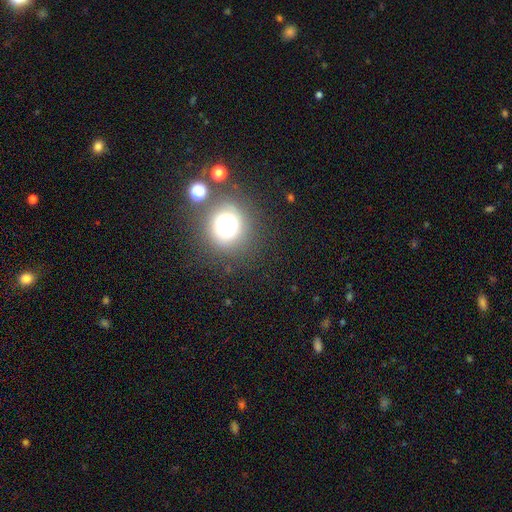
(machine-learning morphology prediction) Q: Smooth or featured?
A: smooth (58%); runner-up: star or artifact (33%)
Q: How rounded?
A: round (86%); runner-up: in between (13%)
Q: Merging?
A: none (79%); runner-up: minor disturbance (9%)